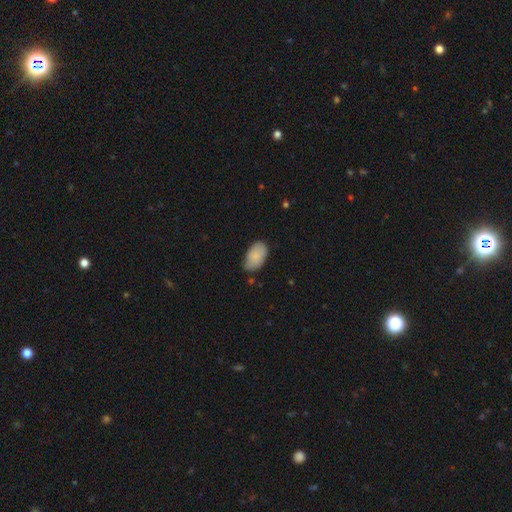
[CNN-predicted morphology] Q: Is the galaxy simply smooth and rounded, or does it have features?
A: smooth — 84%.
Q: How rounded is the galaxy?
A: in between — 93%.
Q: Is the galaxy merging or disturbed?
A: none — 54%.